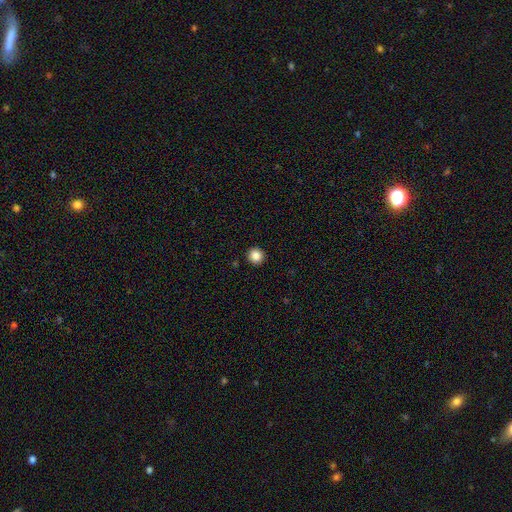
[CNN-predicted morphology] smooth 85%, star or artifact 10%, featured or disk 4%. Down the decision tree: how rounded — round (95%); merging — none (93%).